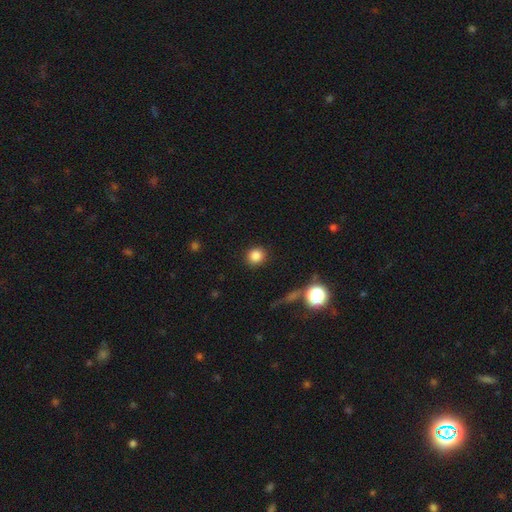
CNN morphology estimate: A smooth galaxy with no disk features (84%) that is round (88%).

Vote fractions:
- Smooth or featured? smooth: 84% / star or artifact: 11% / featured or disk: 5%
- How rounded? round: 88% / in between: 11% / cigar-shaped: 1%
- Merging? none: 90% / minor disturbance: 6% / major disturbance: 2% / merger: 1%